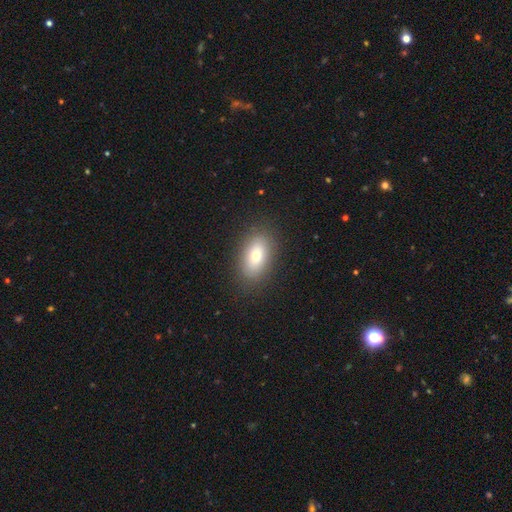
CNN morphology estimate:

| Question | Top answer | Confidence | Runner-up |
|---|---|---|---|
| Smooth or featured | smooth | 72% | featured or disk (18%) |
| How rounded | in between | 86% | round (11%) |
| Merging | none | 87% | minor disturbance (9%) |